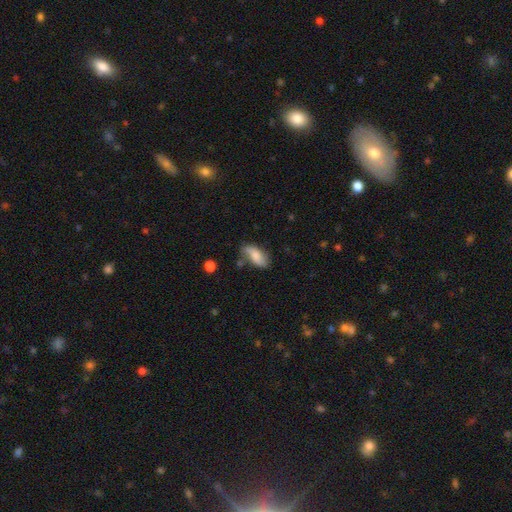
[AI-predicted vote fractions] smooth-or-featured: smooth: 66% | featured or disk: 26% | star or artifact: 8%
  how-rounded: in between: 86% | cigar-shaped: 10% | round: 3%
  merging: none: 56% | minor disturbance: 28% | major disturbance: 9% | merger: 7%